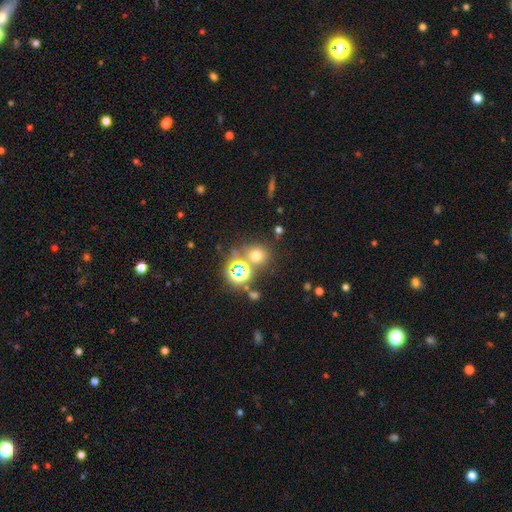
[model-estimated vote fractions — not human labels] The model was most divided on "smooth or featured": smooth: 62%, star or artifact: 30%, featured or disk: 8%. More confident: how rounded — round (83%); merging — none (68%).